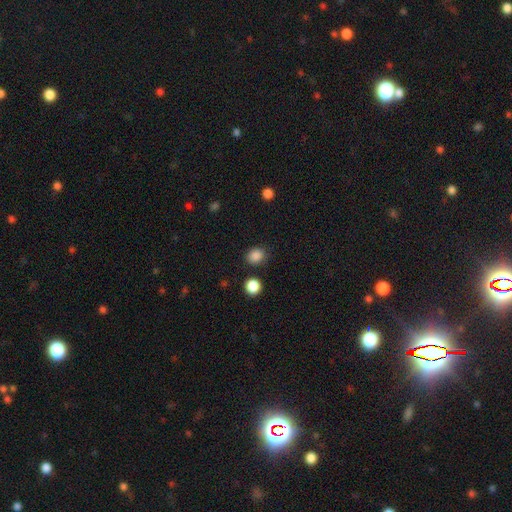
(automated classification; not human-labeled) smooth 86%, star or artifact 11%, featured or disk 3%. Down the decision tree: how rounded — round (65%); merging — none (84%).